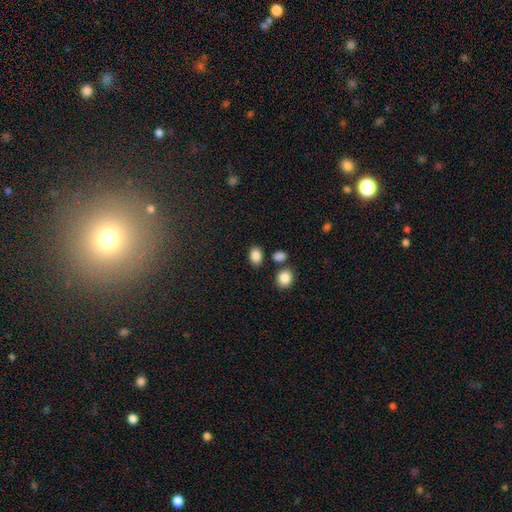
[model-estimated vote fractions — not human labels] Smooth or featured? smooth (86%)
How rounded? in between (74%)
Merging? none (79%)